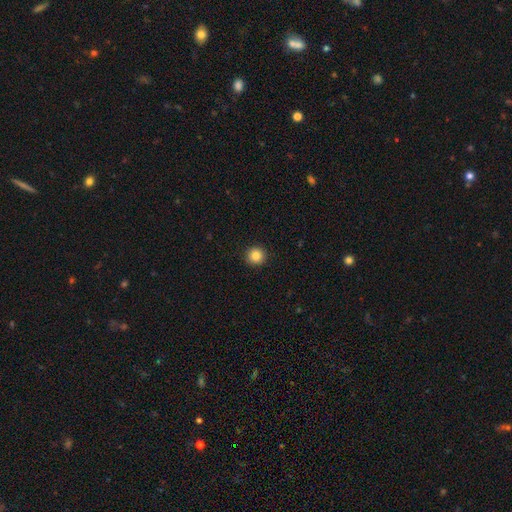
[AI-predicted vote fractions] Q: Smooth or featured?
A: smooth (85%); runner-up: star or artifact (10%)
Q: How rounded?
A: round (95%); runner-up: in between (4%)
Q: Merging?
A: none (93%); runner-up: minor disturbance (4%)